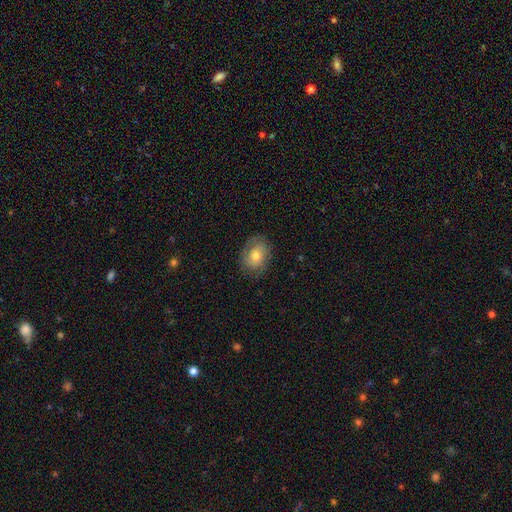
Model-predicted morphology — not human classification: Smooth or featured?
  - smooth: 56% *
  - featured or disk: 36%
  - star or artifact: 8%
How rounded?
  - in between: 51% *
  - round: 48%
  - cigar-shaped: 1%
Merging?
  - none: 76% *
  - minor disturbance: 17%
  - major disturbance: 6%
  - merger: 1%